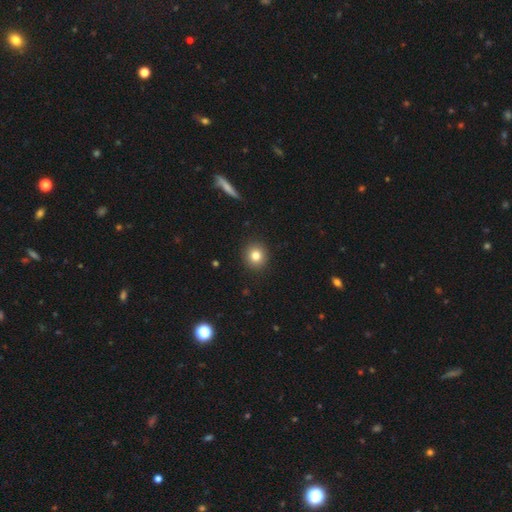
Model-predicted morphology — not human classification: Smooth or featured: smooth — 82% (star or artifact — 11%)
How rounded: round — 88% (in between — 10%)
Merging: none — 91% (minor disturbance — 6%)